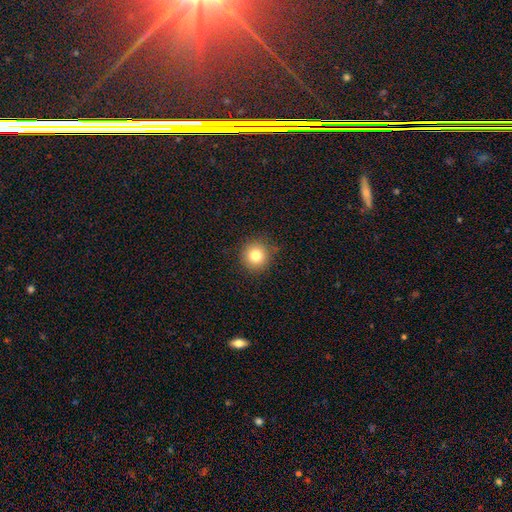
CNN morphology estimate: The model was most divided on "smooth or featured": smooth: 80%, star or artifact: 12%, featured or disk: 8%. More confident: how rounded — round (94%); merging — none (88%).